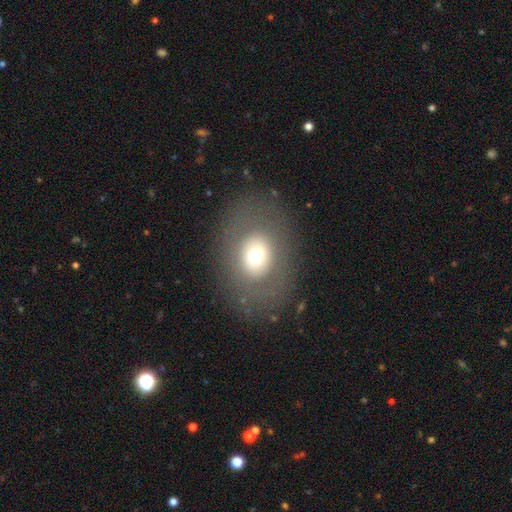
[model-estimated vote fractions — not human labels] smooth-or-featured: smooth: 62% | featured or disk: 26% | star or artifact: 13%
  how-rounded: in between: 53% | round: 46% | cigar-shaped: 1%
  merging: none: 81% | minor disturbance: 10% | major disturbance: 8% | merger: 1%